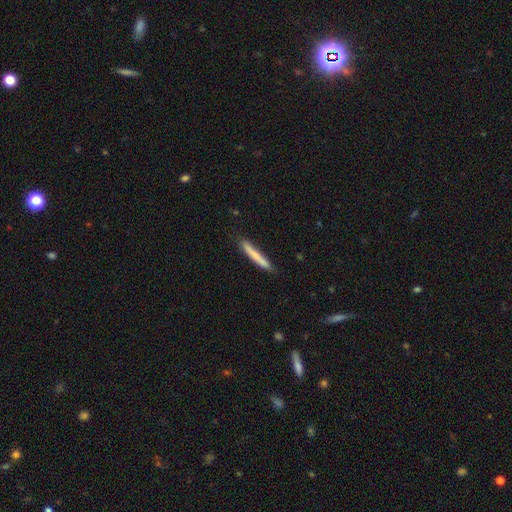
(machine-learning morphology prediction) This is likely a smooth galaxy (74%). How rounded: clearly cigar-shaped (96%). Merging: clearly none (85%).